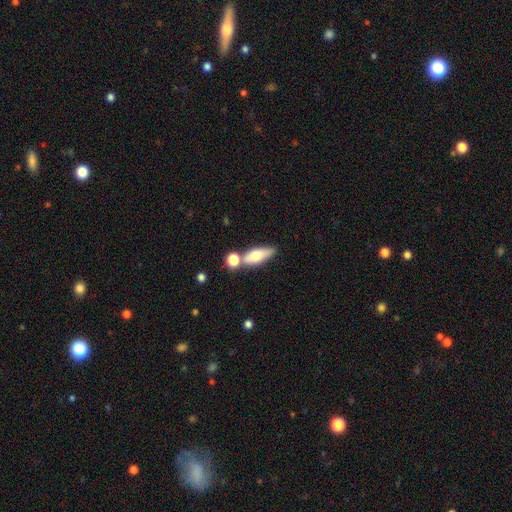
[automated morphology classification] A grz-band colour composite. It shows a smooth galaxy with no disk features (67%) that is in between round and cigar-shaped (62%). Merging: none (53%).